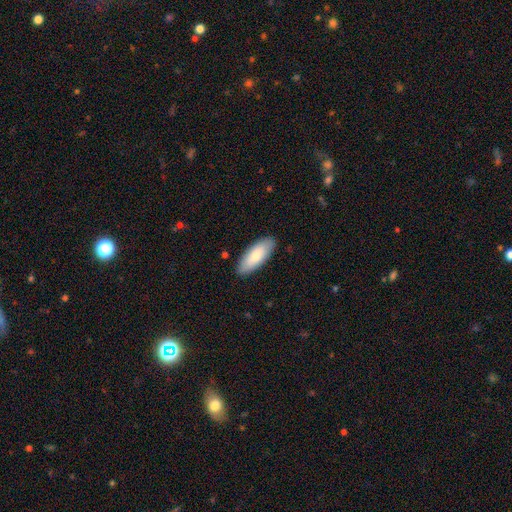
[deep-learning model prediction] A smooth galaxy with no disk features (78%) that is in between round and cigar-shaped (78%).

Vote fractions:
- Smooth or featured? smooth: 78% / featured or disk: 17% / star or artifact: 5%
- How rounded? in between: 78% / cigar-shaped: 21% / round: 2%
- Merging? none: 87% / minor disturbance: 10% / major disturbance: 2% / merger: 1%